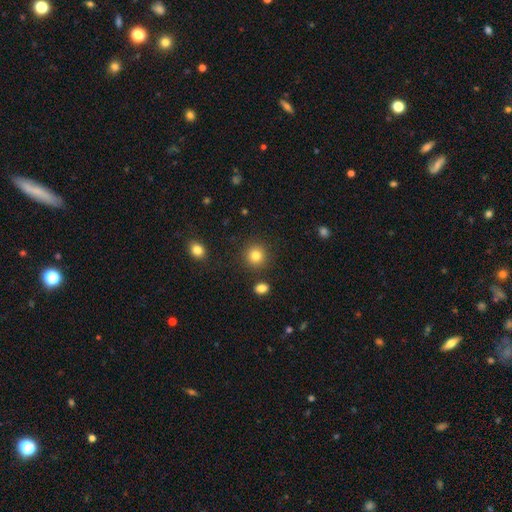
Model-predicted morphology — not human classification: A smooth galaxy with no disk features (84%) that is round (92%).

Vote fractions:
- Smooth or featured? smooth: 84% / star or artifact: 10% / featured or disk: 6%
- How rounded? round: 92% / in between: 7% / cigar-shaped: 1%
- Merging? none: 89% / minor disturbance: 6% / merger: 3% / major disturbance: 3%